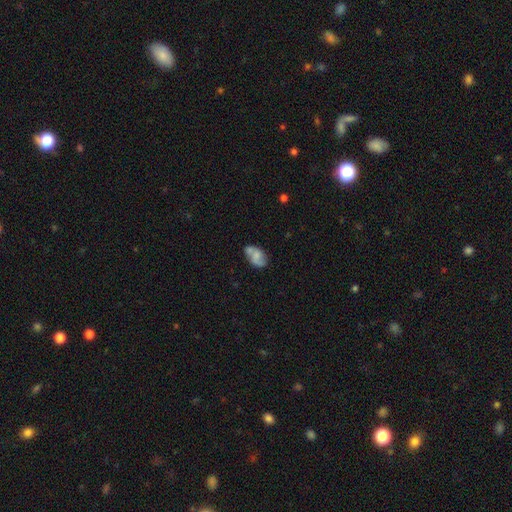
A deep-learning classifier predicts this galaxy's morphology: type=smooth (48%); merging=none (52%).